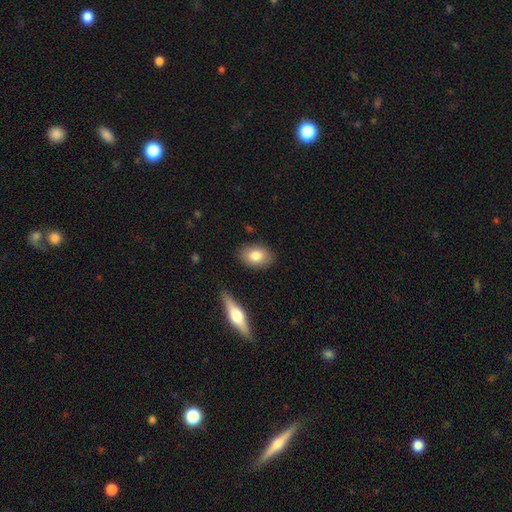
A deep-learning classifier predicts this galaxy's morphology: Overall: smooth (80%). How rounded: in between (84%). Merging: none (85%).